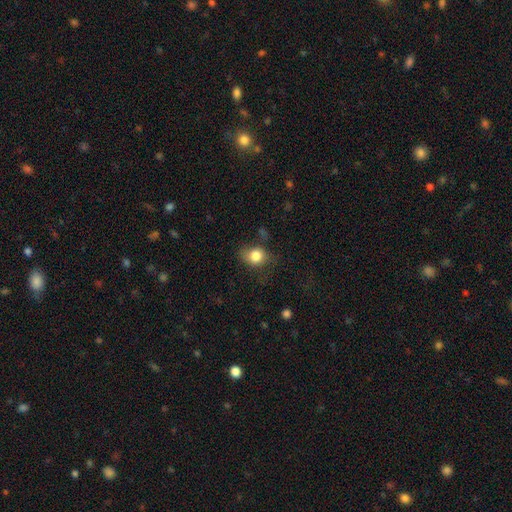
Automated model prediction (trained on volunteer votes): Smooth or featured: smooth — 82% (featured or disk — 9%)
How rounded: round — 55% (in between — 43%)
Merging: none — 56% (minor disturbance — 28%)